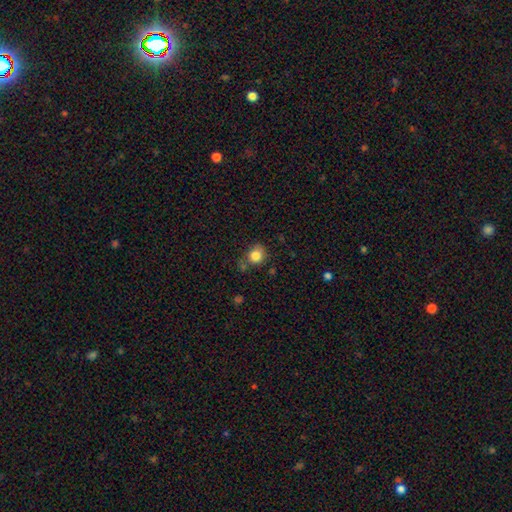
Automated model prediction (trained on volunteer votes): This is clearly a smooth galaxy (83%). How rounded: likely round (75%). Merging: likely none (65%).